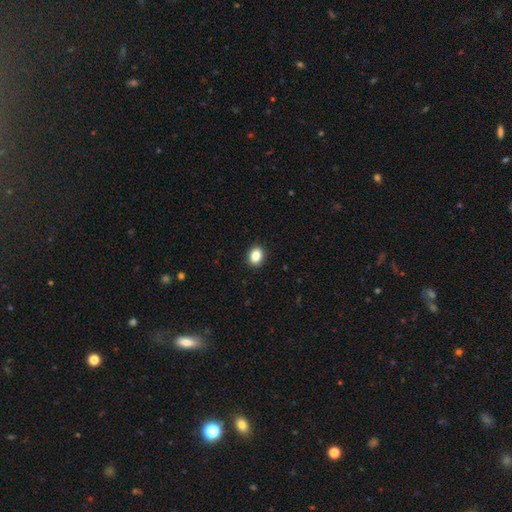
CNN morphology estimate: This appears to be a smooth galaxy with no disk features (87%) that is in between round and cigar-shaped (59%). Merging: none (90%).